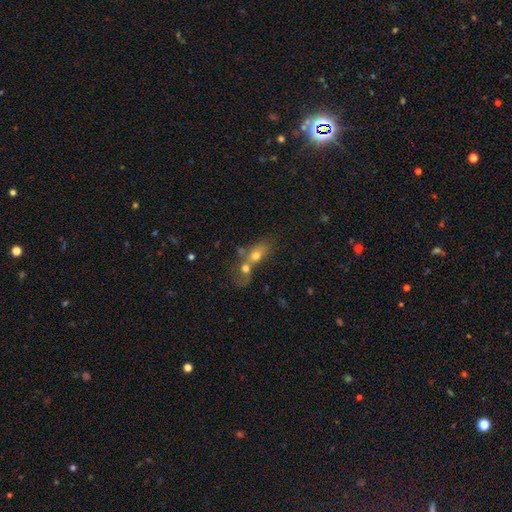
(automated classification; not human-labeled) Smooth or featured? smooth (64%)
How rounded? in between (62%)
Merging? merger (69%)